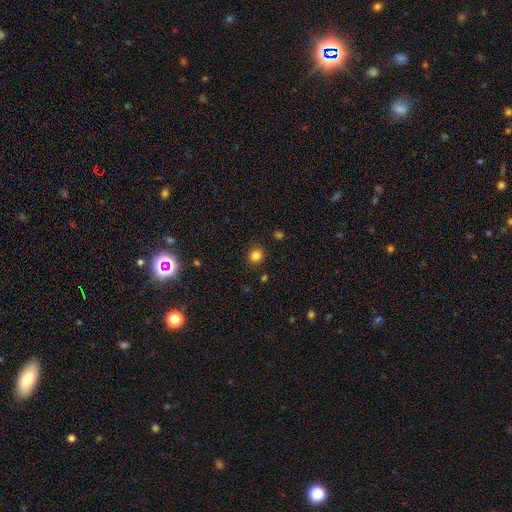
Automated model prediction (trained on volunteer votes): This appears to be a smooth galaxy with no disk features (83%) that is round (87%). Merging: none (89%).